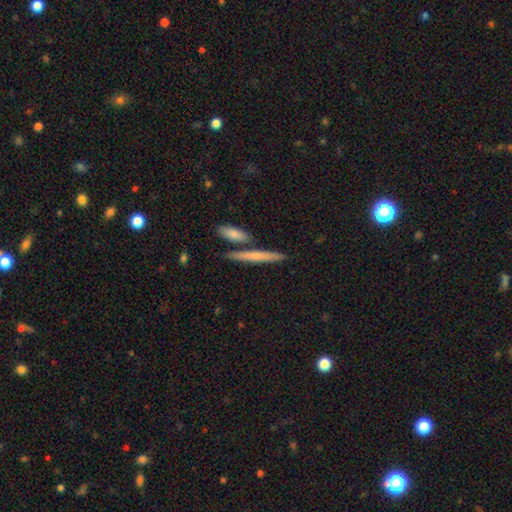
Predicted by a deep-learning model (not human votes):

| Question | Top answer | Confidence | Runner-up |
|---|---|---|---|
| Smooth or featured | smooth | 59% | featured or disk (34%) |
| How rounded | cigar-shaped | 92% | in between (6%) |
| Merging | none | 76% | merger (13%) |